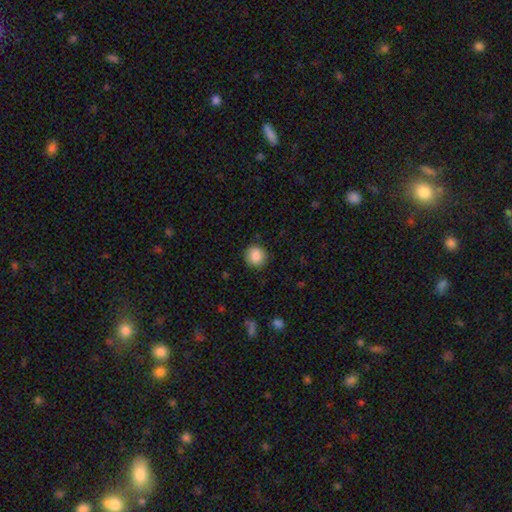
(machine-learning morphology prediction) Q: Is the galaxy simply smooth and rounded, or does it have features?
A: smooth — 87%.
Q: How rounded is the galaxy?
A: round — 90%.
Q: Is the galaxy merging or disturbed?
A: none — 89%.